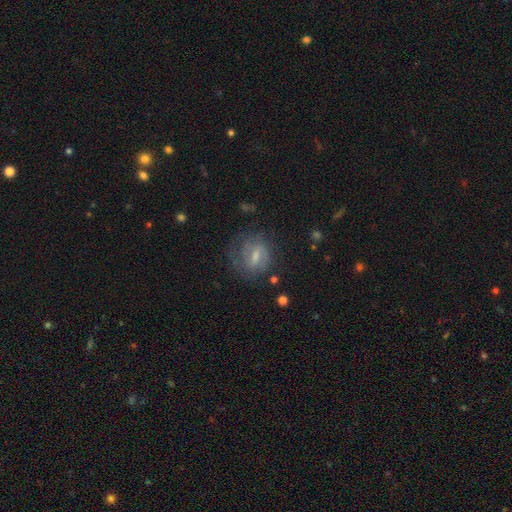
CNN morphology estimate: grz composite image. It shows a featured or disk galaxy (58%) with a weak bar (50%), spiral arms (76%) and a small central bulge (43%). Merging: none (68%).